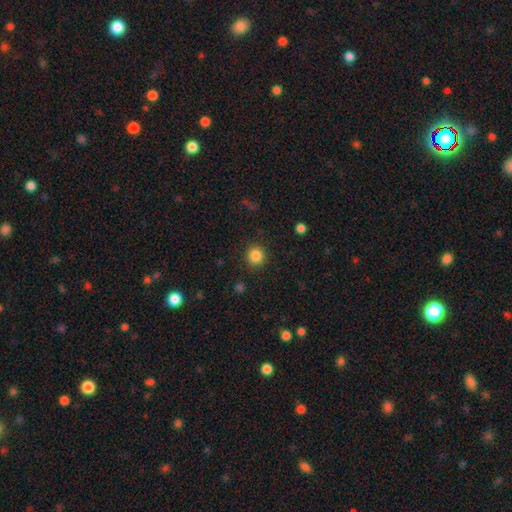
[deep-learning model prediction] Smooth or featured?
  - smooth: 84% *
  - star or artifact: 11%
  - featured or disk: 4%
How rounded?
  - round: 92% *
  - in between: 7%
  - cigar-shaped: 1%
Merging?
  - none: 90% *
  - minor disturbance: 7%
  - major disturbance: 3%
  - merger: 1%